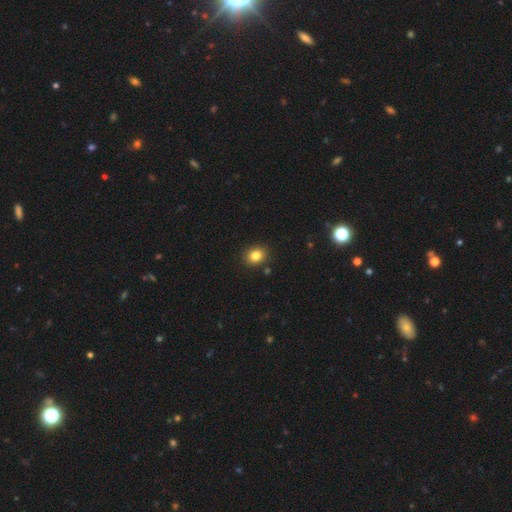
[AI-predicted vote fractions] This is clearly a smooth galaxy (83%). How rounded: possibly round (59%). Merging: clearly none (88%).